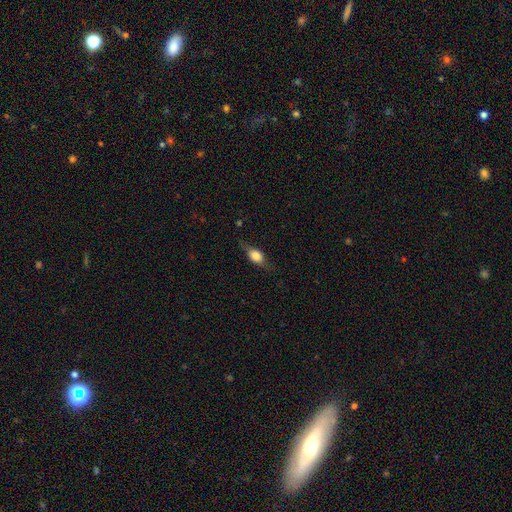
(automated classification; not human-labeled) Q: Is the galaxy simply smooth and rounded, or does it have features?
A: smooth — 63%.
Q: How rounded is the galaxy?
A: in between — 69%.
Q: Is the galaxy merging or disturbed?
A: none — 68%.